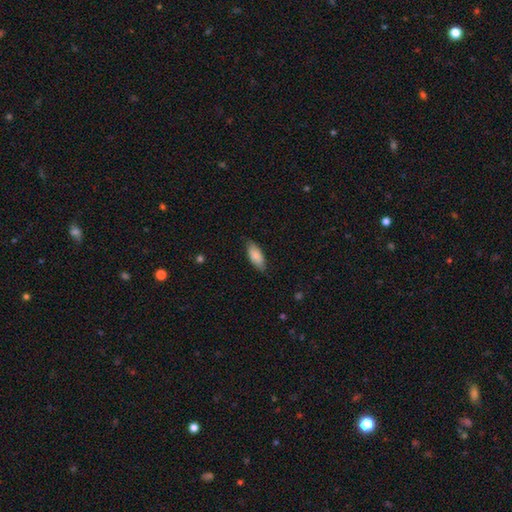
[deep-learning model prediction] The model was most divided on "merging": none: 78%, minor disturbance: 18%, major disturbance: 3%, merger: 1%. More confident: smooth or featured — smooth (82%); how rounded — in between (80%).